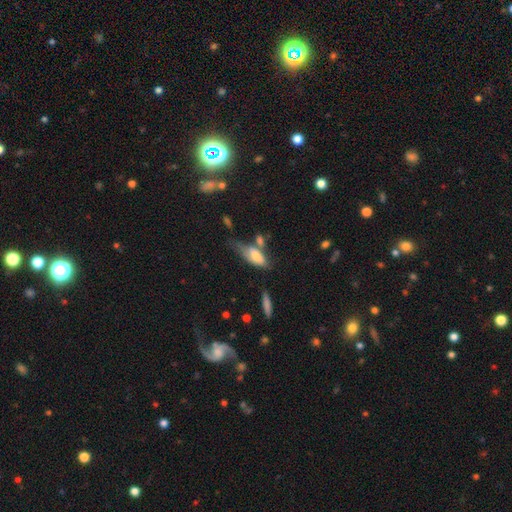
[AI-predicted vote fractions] Smooth or featured?
  - smooth: 67% *
  - featured or disk: 25%
  - star or artifact: 8%
How rounded?
  - in between: 77% *
  - cigar-shaped: 20%
  - round: 3%
Merging?
  - minor disturbance: 28% *
  - none: 27%
  - merger: 24%
  - major disturbance: 21%